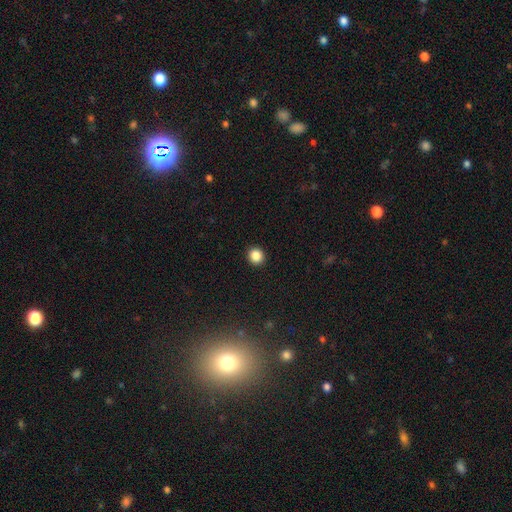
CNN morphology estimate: This appears to be a smooth galaxy with no disk features (86%) that is round (90%). Merging: none (93%).